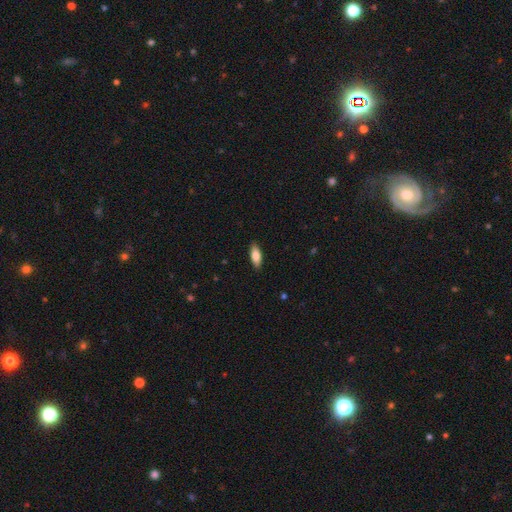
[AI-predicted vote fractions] This is likely a smooth galaxy (79%). How rounded: likely in between (75%). Merging: clearly none (88%).